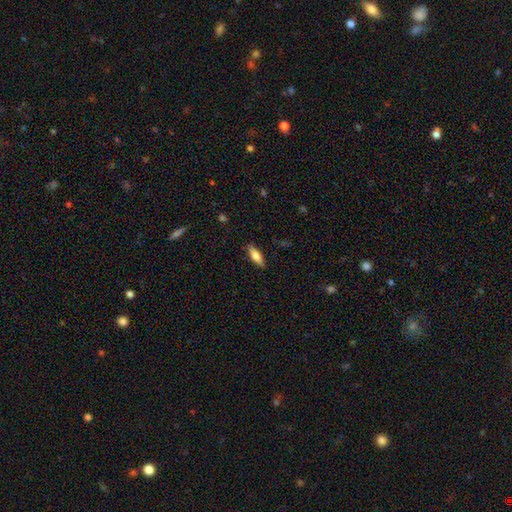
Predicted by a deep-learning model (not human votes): smooth 64%, featured or disk 29%, star or artifact 7%. Down the decision tree: how rounded — in between (53%); merging — none (87%).